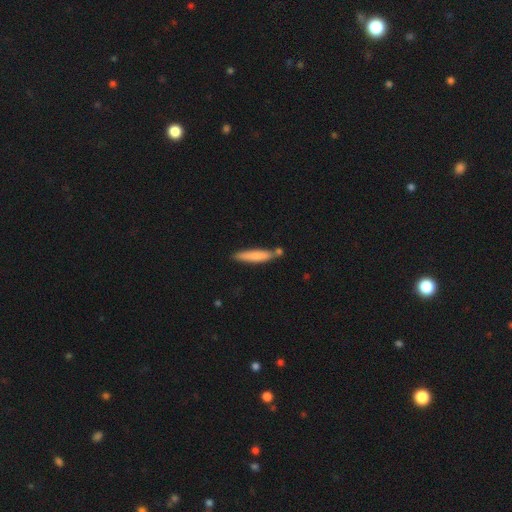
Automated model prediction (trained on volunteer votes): smooth-or-featured: smooth: 75% | featured or disk: 20% | star or artifact: 5%
  how-rounded: cigar-shaped: 89% | in between: 9% | round: 1%
  merging: none: 67% | minor disturbance: 16% | merger: 14% | major disturbance: 3%